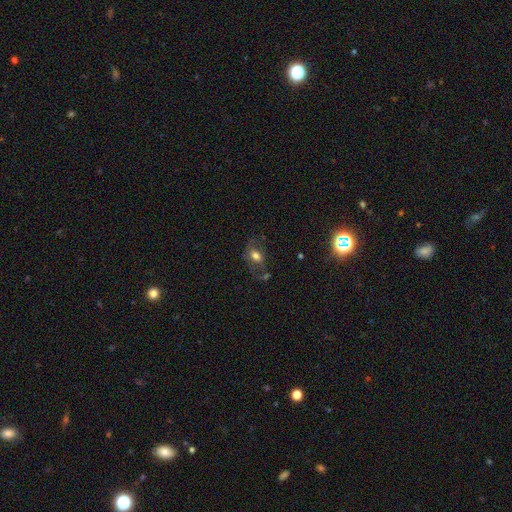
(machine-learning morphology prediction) type=smooth (61%); roundness=in between (74%); merging=none (48%).